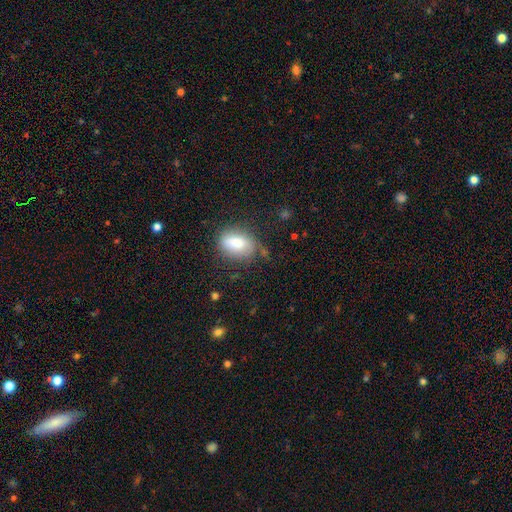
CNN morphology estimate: A smooth galaxy with no disk features (68%) that is in between round and cigar-shaped (74%). Merging: none (80%).